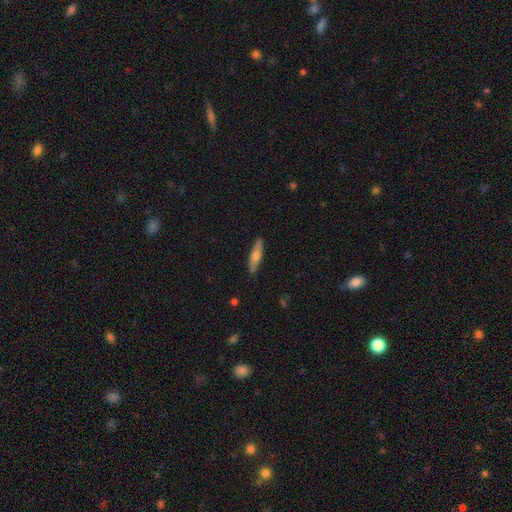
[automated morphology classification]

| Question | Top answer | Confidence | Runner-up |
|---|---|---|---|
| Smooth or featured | smooth | 62% | featured or disk (32%) |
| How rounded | cigar-shaped | 79% | in between (20%) |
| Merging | none | 86% | minor disturbance (11%) |